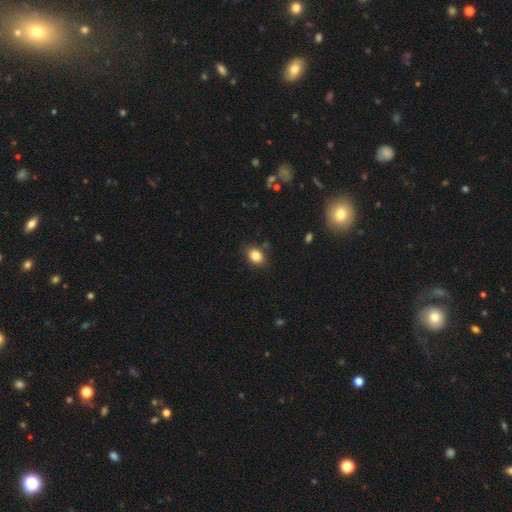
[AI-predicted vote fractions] smooth 84%, star or artifact 10%, featured or disk 6%. Down the decision tree: how rounded — in between (59%); merging — none (82%).